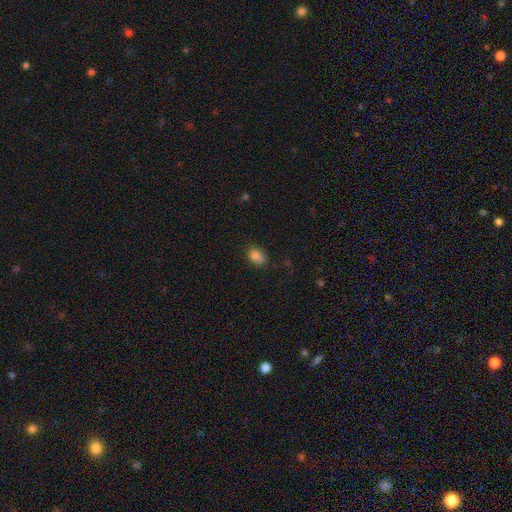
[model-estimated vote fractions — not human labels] The model was most divided on "merging": none: 77%, minor disturbance: 18%, major disturbance: 4%, merger: 2%. More confident: smooth or featured — smooth (84%); how rounded — in between (82%).